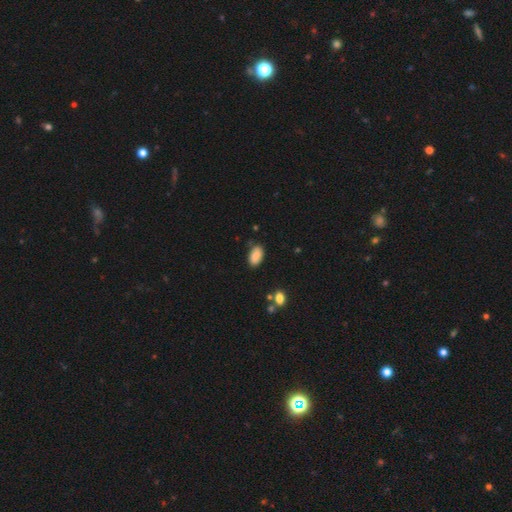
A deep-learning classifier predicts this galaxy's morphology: Smooth or featured? Predicted: smooth (p=0.88). How rounded? Predicted: in between (p=0.94). Merging? Predicted: none (p=0.78).